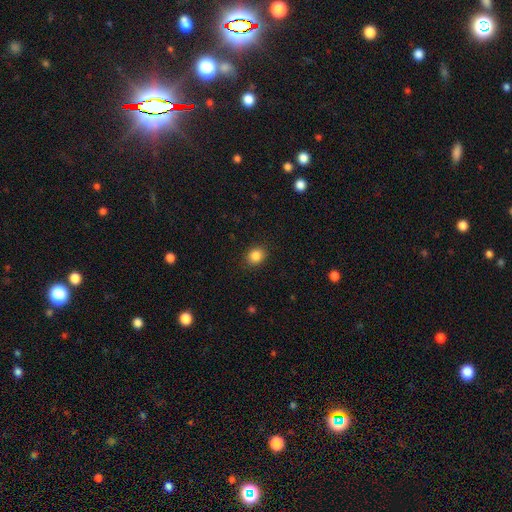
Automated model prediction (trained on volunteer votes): Smooth or featured? smooth (86%)
How rounded? round (64%)
Merging? none (89%)